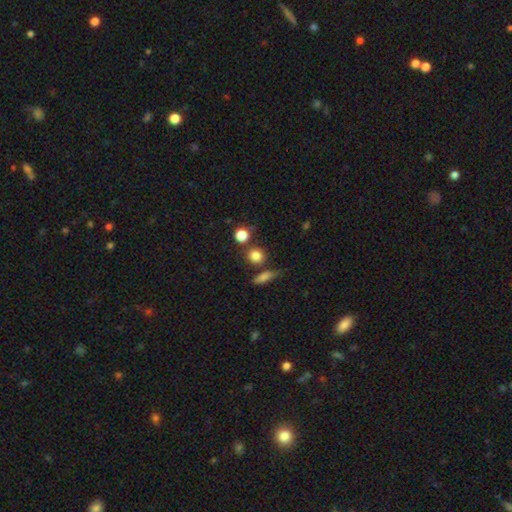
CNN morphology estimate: Overall: smooth (81%). How rounded: round (81%). Merging: none (73%).